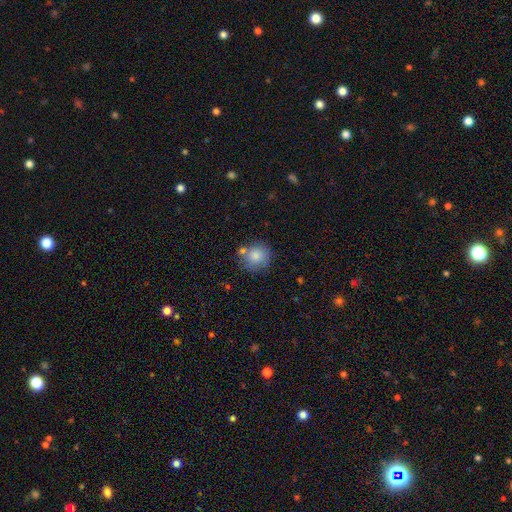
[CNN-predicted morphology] This appears to be a smooth galaxy with no disk features (83%) that is round (88%). Merging: none (67%).